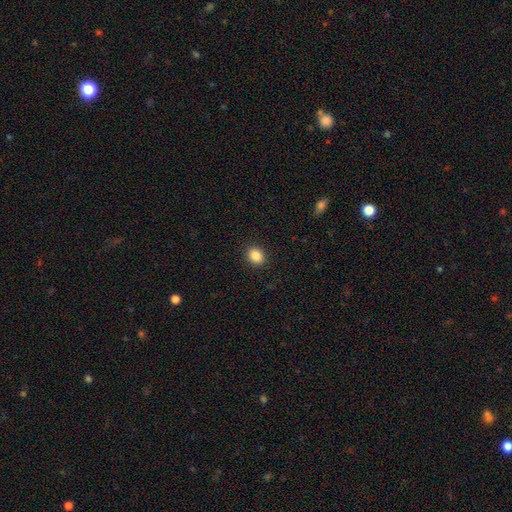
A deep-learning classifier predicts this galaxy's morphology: smooth-or-featured: smooth: 86% | star or artifact: 10% | featured or disk: 4%
  how-rounded: round: 55% | in between: 44% | cigar-shaped: 1%
  merging: none: 91% | minor disturbance: 7% | major disturbance: 2% | merger: 1%